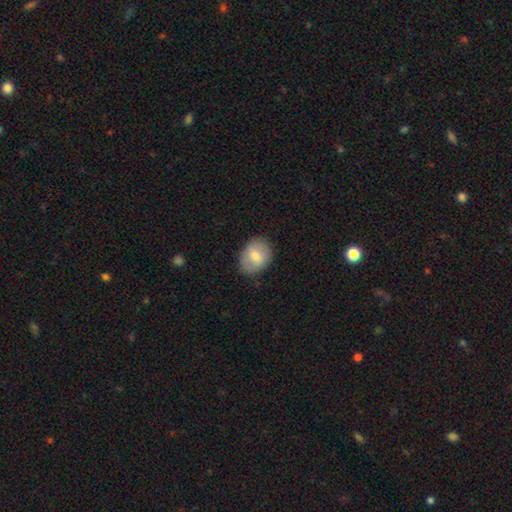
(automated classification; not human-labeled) smooth-or-featured: smooth: 70% | featured or disk: 23% | star or artifact: 7%
  how-rounded: in between: 63% | round: 36% | cigar-shaped: 1%
  merging: none: 81% | minor disturbance: 14% | major disturbance: 3% | merger: 1%